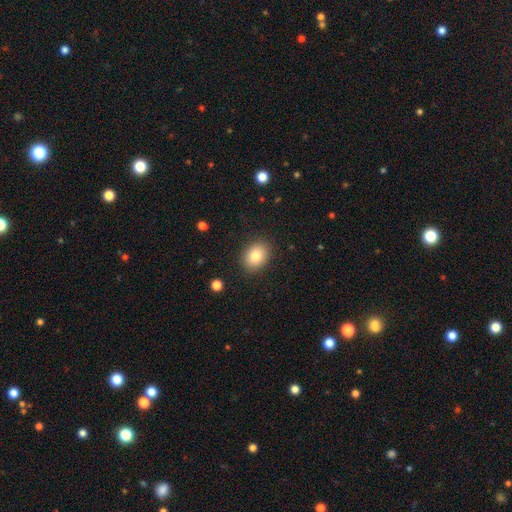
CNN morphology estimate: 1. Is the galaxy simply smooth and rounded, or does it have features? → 83% smooth, 9% star or artifact, 8% featured or disk.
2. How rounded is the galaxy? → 61% in between, 38% round, 1% cigar-shaped.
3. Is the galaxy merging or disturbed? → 88% none, 9% minor disturbance, 3% major disturbance, 1% merger.